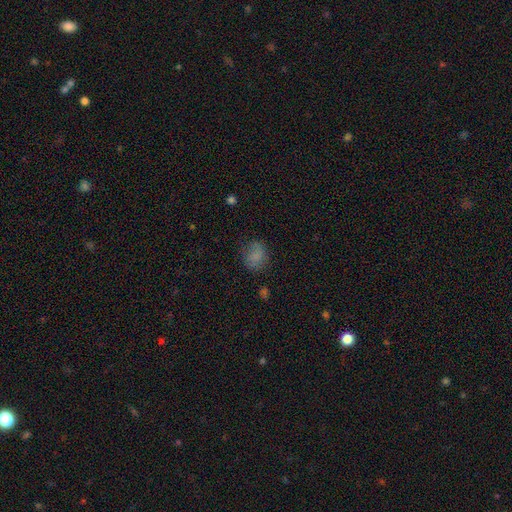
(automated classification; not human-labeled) Overall: smooth (78%). How rounded: round (55%; in between 44%). Merging: none (68%).